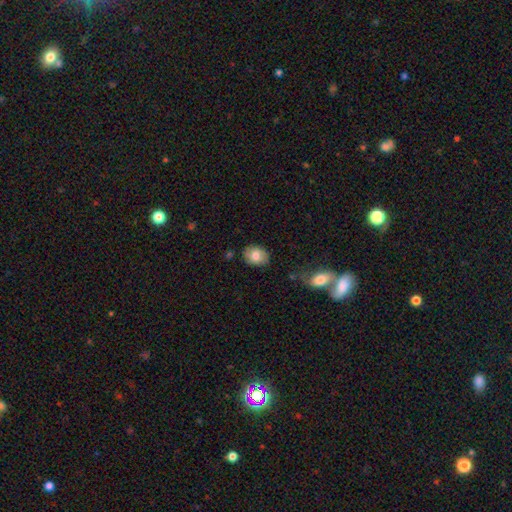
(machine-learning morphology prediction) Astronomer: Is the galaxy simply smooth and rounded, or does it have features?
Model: smooth — 78%.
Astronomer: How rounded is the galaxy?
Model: in between — 54% (runner-up: round, 45%).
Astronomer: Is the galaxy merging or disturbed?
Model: none — 81%.